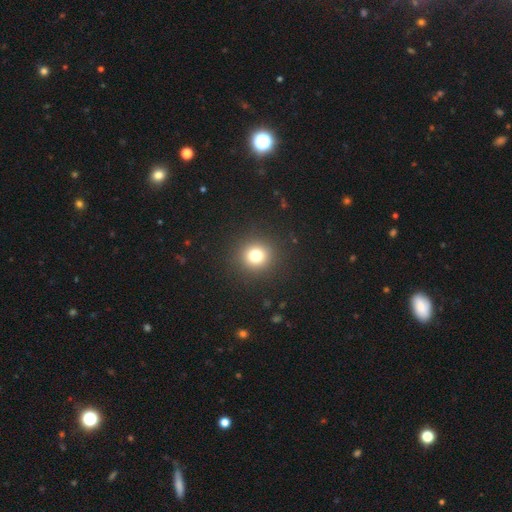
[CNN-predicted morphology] A smooth galaxy with no disk features (77%) that is round (93%). Merging: none (91%).